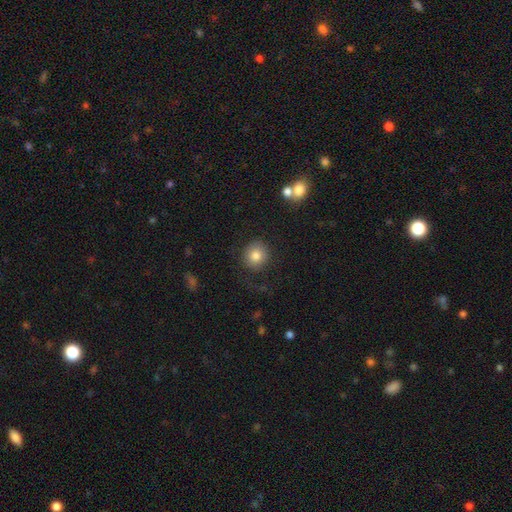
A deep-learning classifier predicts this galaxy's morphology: type=smooth (82%); roundness=round (89%); merging=none (83%).